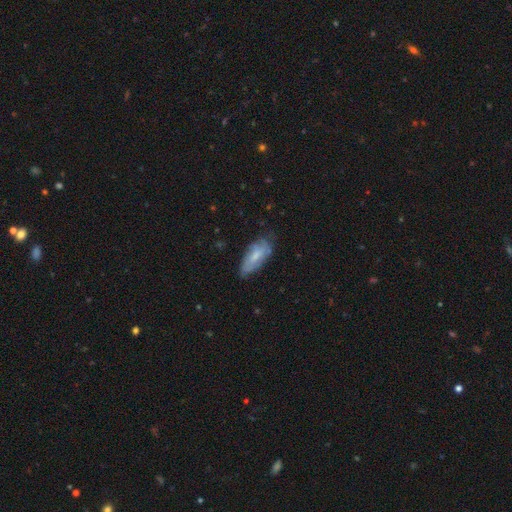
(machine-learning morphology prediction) smooth-or-featured: smooth: 54% | featured or disk: 40% | star or artifact: 7%
  how-rounded: in between: 75% | cigar-shaped: 23% | round: 2%
  merging: none: 63% | minor disturbance: 29% | major disturbance: 7% | merger: 2%